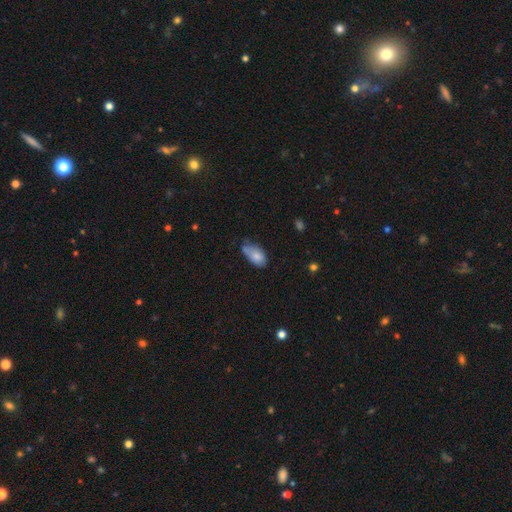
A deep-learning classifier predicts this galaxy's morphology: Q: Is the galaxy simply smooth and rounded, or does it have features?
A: smooth — 79%.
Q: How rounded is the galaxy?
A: in between — 92%.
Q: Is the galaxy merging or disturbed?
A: none — 42%.